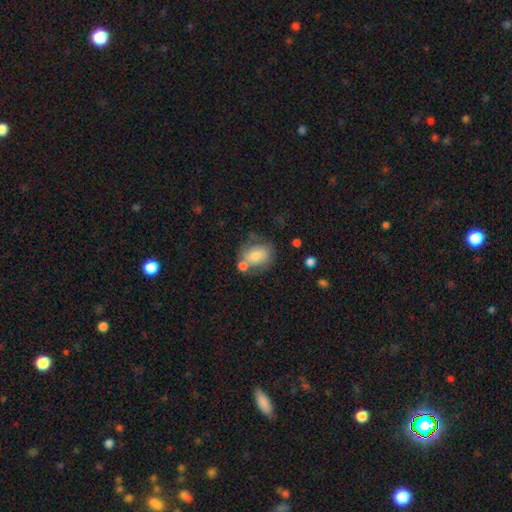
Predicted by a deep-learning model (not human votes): smooth-or-featured: smooth: 67% | featured or disk: 25% | star or artifact: 8%
  how-rounded: round: 50% | in between: 49% | cigar-shaped: 1%
  merging: none: 44% | merger: 25% | minor disturbance: 21% | major disturbance: 10%